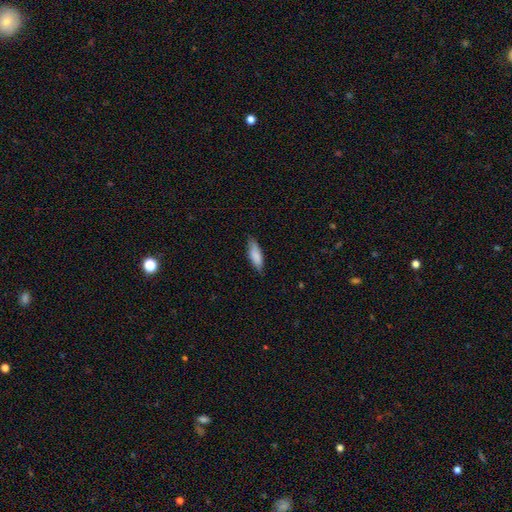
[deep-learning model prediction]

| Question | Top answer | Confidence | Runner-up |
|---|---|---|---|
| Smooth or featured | smooth | 85% | featured or disk (9%) |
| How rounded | in between | 50% | cigar-shaped (48%) |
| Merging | none | 80% | minor disturbance (16%) |